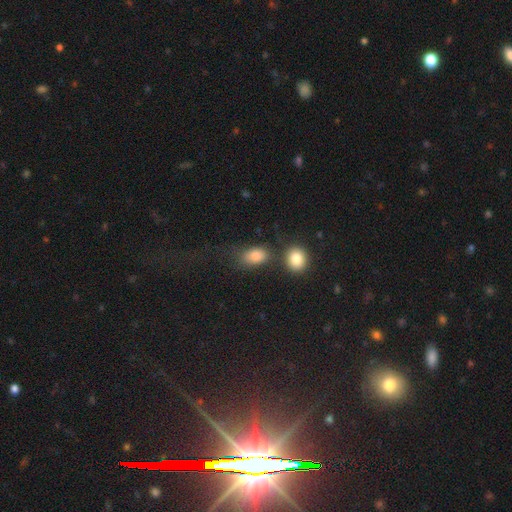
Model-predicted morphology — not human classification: A smooth galaxy with no disk features (82%) that is in between round and cigar-shaped (81%).

Vote fractions:
- Smooth or featured? smooth: 82% / star or artifact: 10% / featured or disk: 8%
- How rounded? in between: 81% / round: 16% / cigar-shaped: 2%
- Merging? none: 52% / merger: 21% / minor disturbance: 17% / major disturbance: 10%